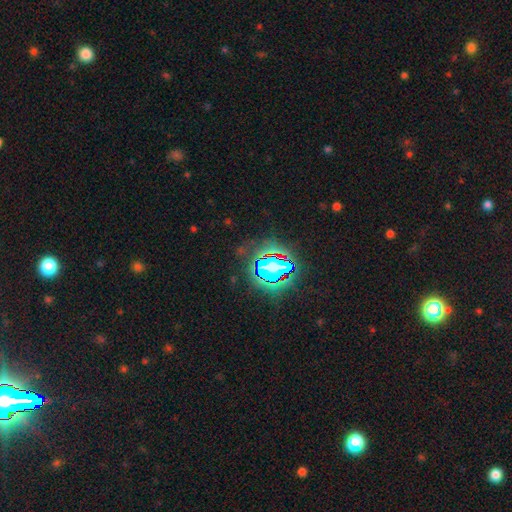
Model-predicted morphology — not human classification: A star or artifact, not a galaxy (80%).